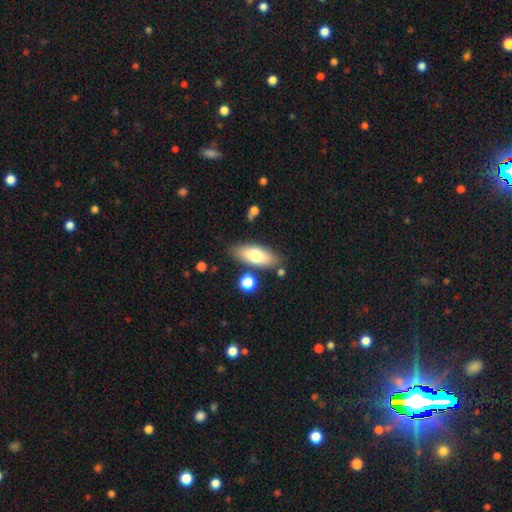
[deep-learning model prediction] Smooth or featured: smooth — 71% (featured or disk — 22%)
How rounded: in between — 76% (cigar-shaped — 21%)
Merging: none — 81% (minor disturbance — 12%)